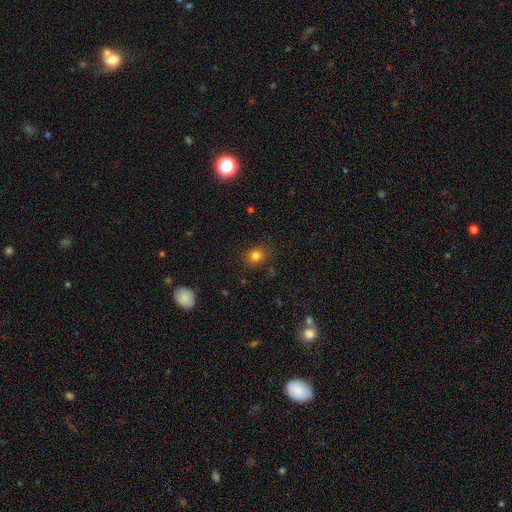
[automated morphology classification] Q: Smooth or featured?
A: smooth (80%); runner-up: star or artifact (14%)
Q: How rounded?
A: round (63%); runner-up: in between (36%)
Q: Merging?
A: none (85%); runner-up: minor disturbance (11%)